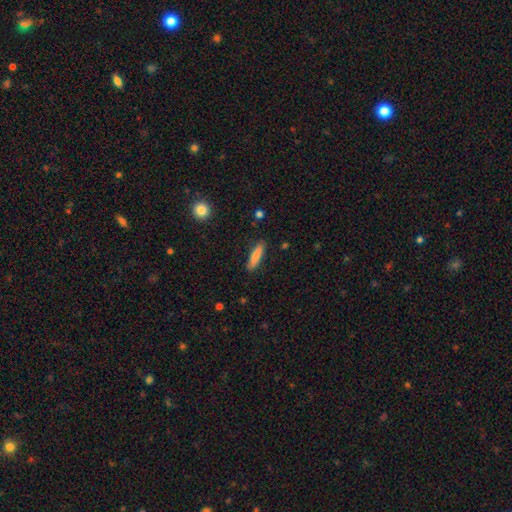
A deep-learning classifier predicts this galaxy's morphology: Smooth or featured: smooth — 82% (featured or disk — 12%)
How rounded: cigar-shaped — 74% (in between — 25%)
Merging: none — 87% (minor disturbance — 9%)